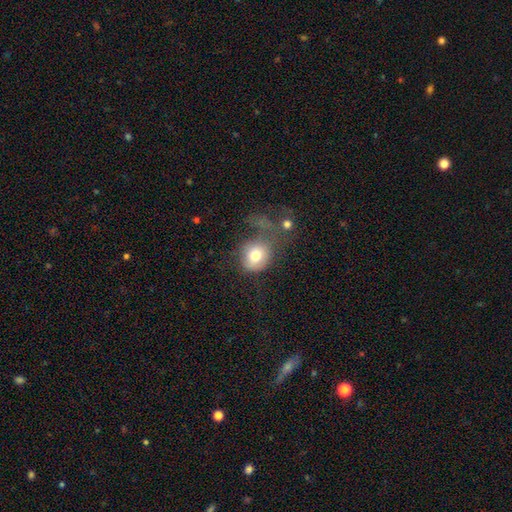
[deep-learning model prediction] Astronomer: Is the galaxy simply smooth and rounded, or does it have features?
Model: smooth — 76%.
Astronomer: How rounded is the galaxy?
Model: round — 74%.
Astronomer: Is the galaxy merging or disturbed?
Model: major disturbance — 34%, tied with none at 34%.